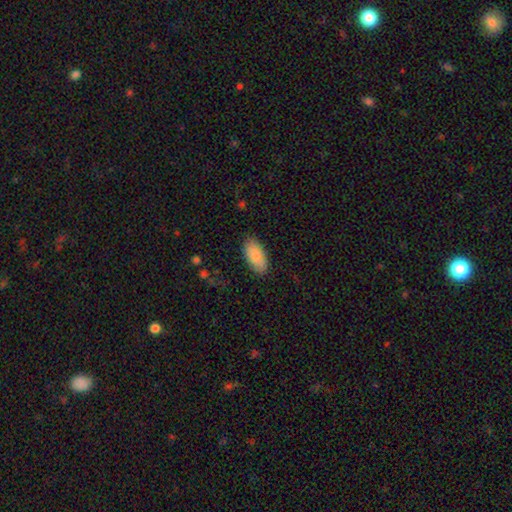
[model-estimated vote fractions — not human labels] This appears to be a smooth galaxy with no disk features (84%) that is in between round and cigar-shaped (93%). Merging: none (85%).